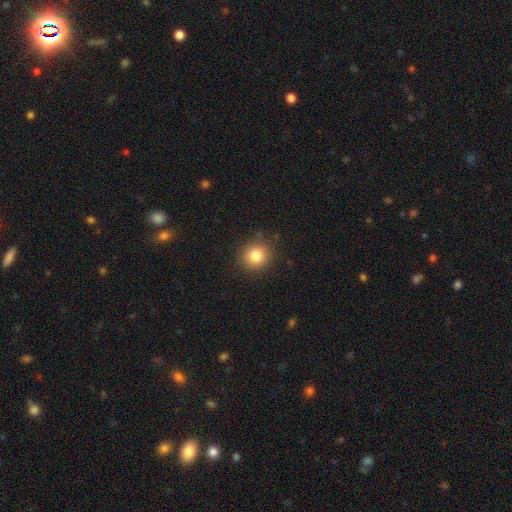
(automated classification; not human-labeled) smooth-or-featured: smooth: 82% | star or artifact: 11% | featured or disk: 7%
  how-rounded: round: 89% | in between: 11% | cigar-shaped: 1%
  merging: none: 87% | minor disturbance: 9% | major disturbance: 3% | merger: 1%